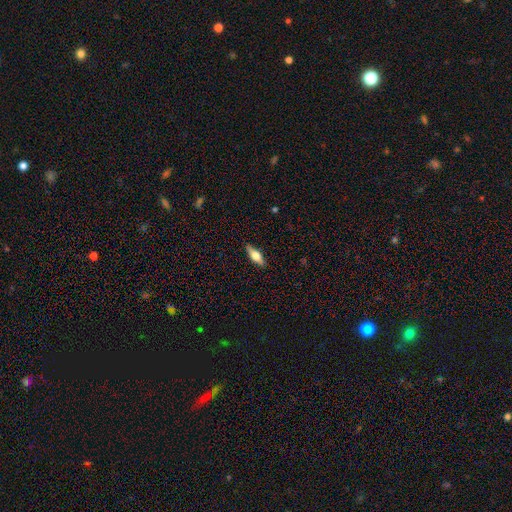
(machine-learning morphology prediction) Smooth or featured: smooth — 56% (featured or disk — 38%)
How rounded: in between — 58% (cigar-shaped — 39%)
Merging: none — 88% (minor disturbance — 9%)